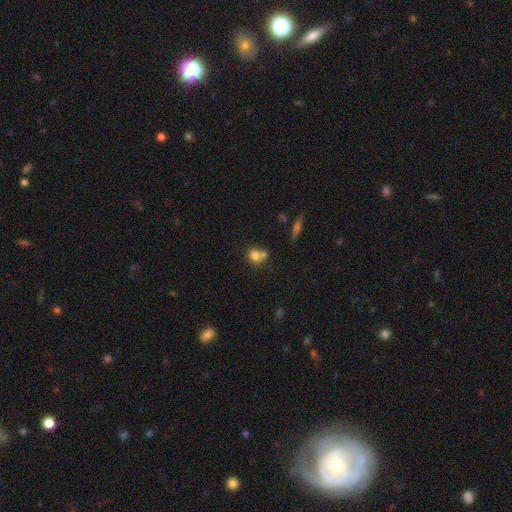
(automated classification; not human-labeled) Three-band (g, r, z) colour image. It shows a smooth galaxy with no disk features (76%) that is round (74%). Merging: merger (44%).